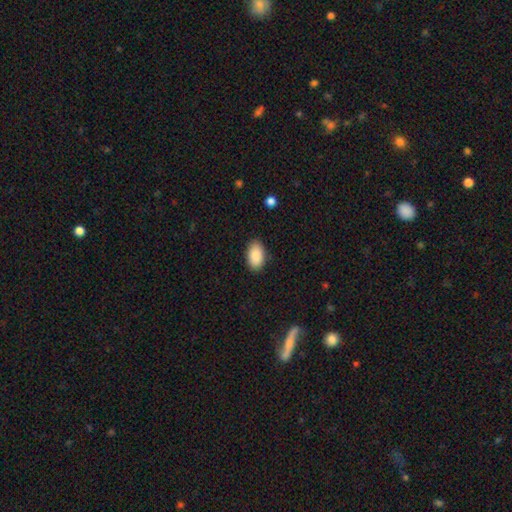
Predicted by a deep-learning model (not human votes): Smooth or featured? Predicted: smooth (p=0.89). How rounded? Predicted: in between (p=0.94). Merging? Predicted: none (p=0.87).